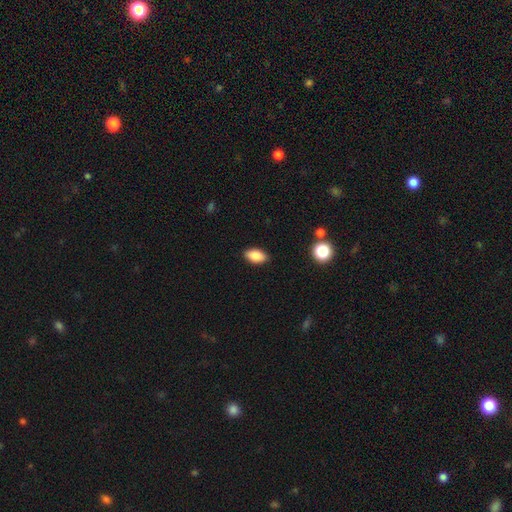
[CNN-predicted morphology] A smooth galaxy with no disk features (85%) that is in between round and cigar-shaped (91%). Merging: none (88%).